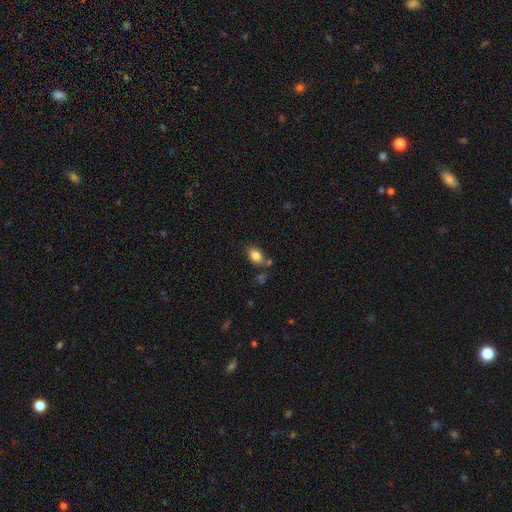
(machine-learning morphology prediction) Overall: smooth (83%). How rounded: in between (74%). Merging: none (69%).